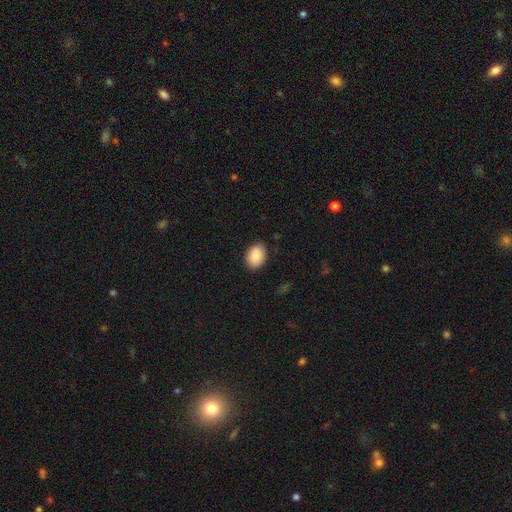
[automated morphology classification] A smooth galaxy with no disk features (87%) that is in between round and cigar-shaped (77%). Merging: none (87%).